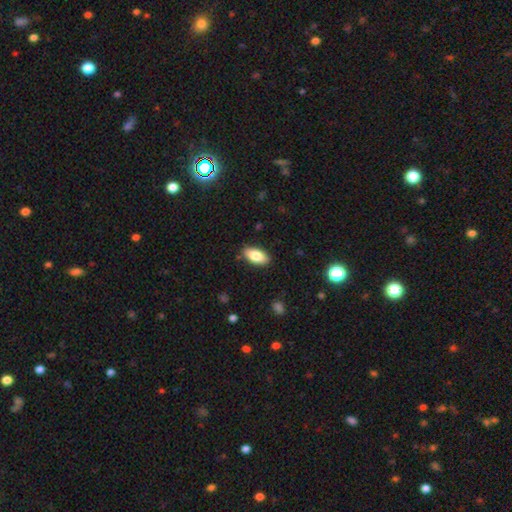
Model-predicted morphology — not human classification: Smooth or featured? smooth (82%)
How rounded? in between (90%)
Merging? none (87%)